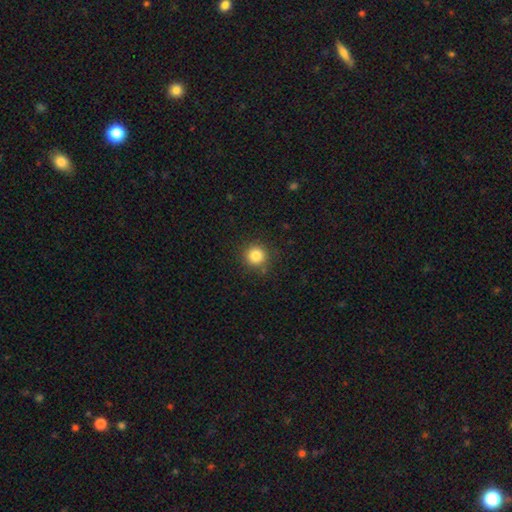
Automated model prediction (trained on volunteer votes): Smooth or featured? smooth (84%)
How rounded? round (94%)
Merging? none (87%)